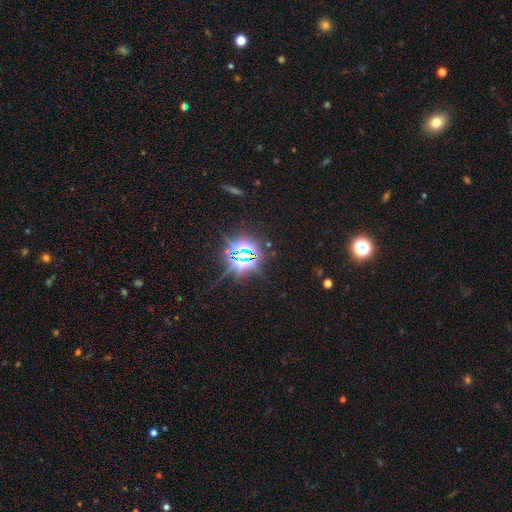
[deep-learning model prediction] Q: Smooth or featured?
A: star or artifact (84%); runner-up: smooth (10%)